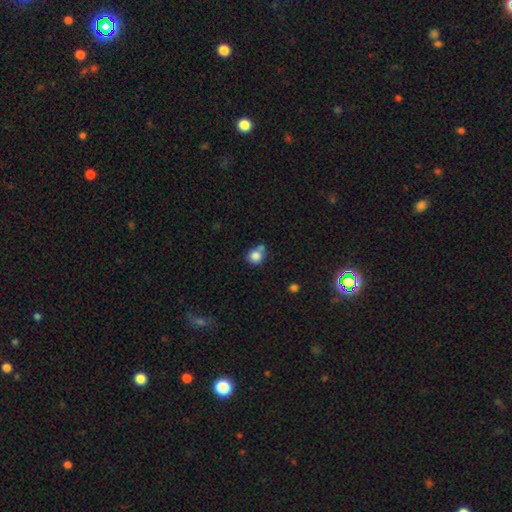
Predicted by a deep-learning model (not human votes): Smooth or featured? Predicted: smooth (p=0.82). How rounded? Predicted: round (p=0.82). Merging? Predicted: none (p=0.50).